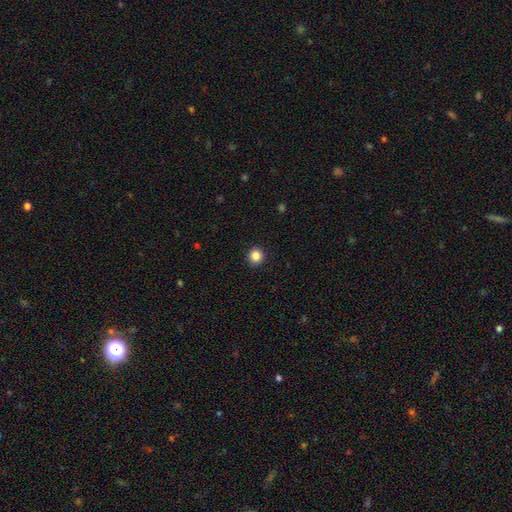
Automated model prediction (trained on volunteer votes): Smooth or featured? smooth (86%)
How rounded? round (91%)
Merging? none (92%)